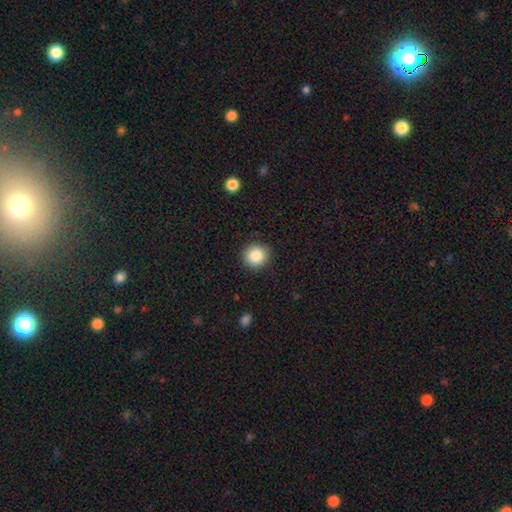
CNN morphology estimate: Smooth or featured? smooth (86%)
How rounded? round (92%)
Merging? none (91%)